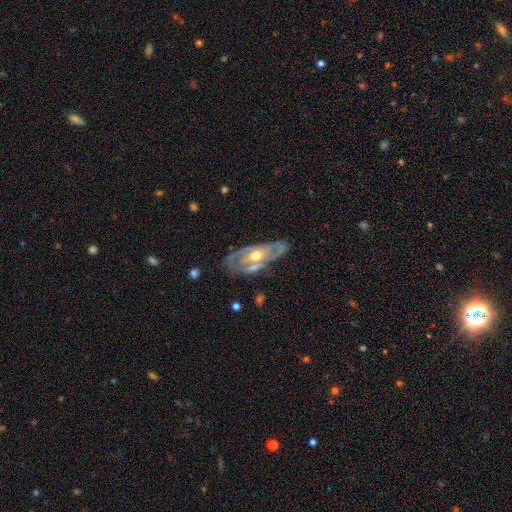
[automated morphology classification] A featured or disk galaxy (75%) with no bar (68%), spiral arms (61%) and a moderate central bulge (74%). Merging: none (61%).